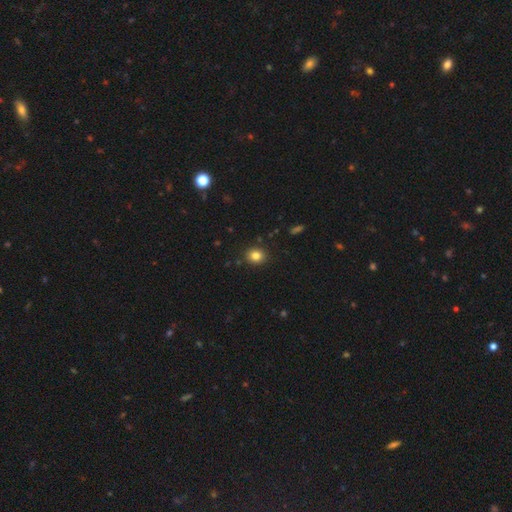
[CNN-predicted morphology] smooth_or_featured: smooth (p=0.83) [alt: star or artifact p=0.11]
how_rounded: round (p=0.67) [alt: in between p=0.32]
merging: none (p=0.88) [alt: minor disturbance p=0.08]